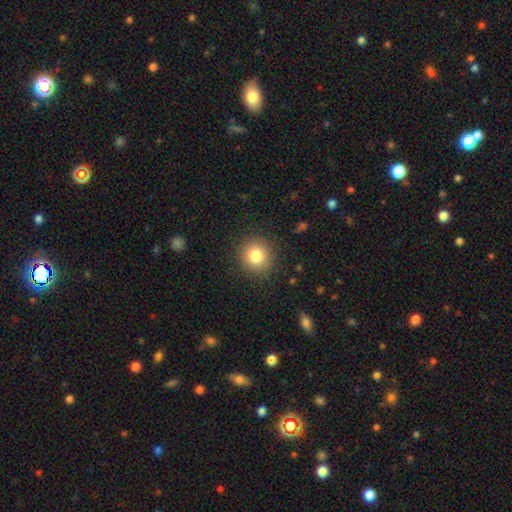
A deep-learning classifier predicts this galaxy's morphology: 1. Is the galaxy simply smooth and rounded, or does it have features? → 82% smooth, 11% star or artifact, 7% featured or disk.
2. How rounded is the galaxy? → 91% round, 8% in between, 1% cigar-shaped.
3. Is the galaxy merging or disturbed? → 89% none, 7% minor disturbance, 3% major disturbance, 1% merger.